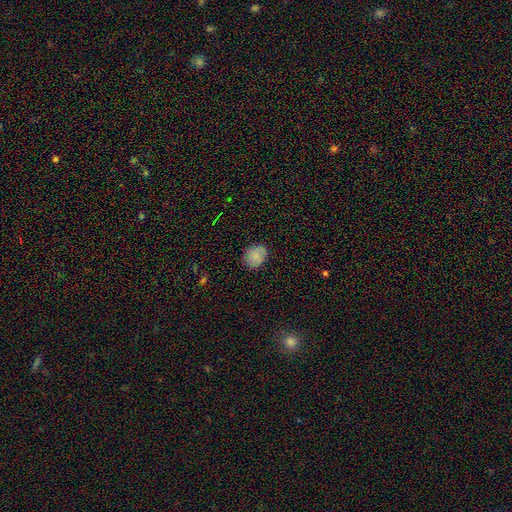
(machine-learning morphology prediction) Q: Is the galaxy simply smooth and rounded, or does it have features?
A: smooth — 80%.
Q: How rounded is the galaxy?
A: round — 58%.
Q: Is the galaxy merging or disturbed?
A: none — 83%.